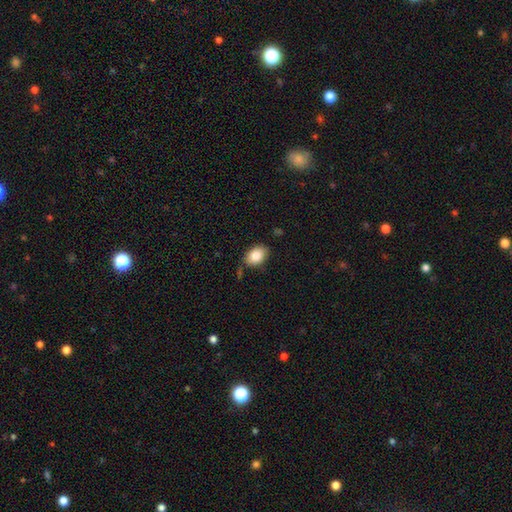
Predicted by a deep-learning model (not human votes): Overall: smooth (86%). How rounded: in between (82%). Merging: none (76%).